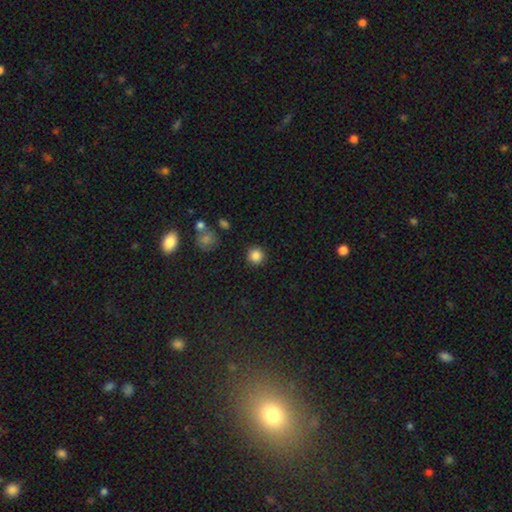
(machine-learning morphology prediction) smooth_or_featured: smooth (p=0.85) [alt: star or artifact p=0.11]
how_rounded: round (p=0.94) [alt: in between p=0.05]
merging: none (p=0.89) [alt: minor disturbance p=0.06]